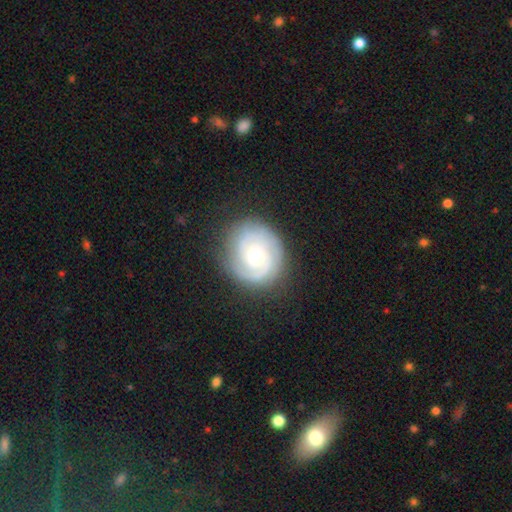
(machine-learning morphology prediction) Q: Smooth or featured?
A: featured or disk (82%); runner-up: smooth (12%)
Q: Edge-on disk?
A: no (98%); runner-up: yes (2%)
Q: Bar?
A: no (75%); runner-up: weak (21%)
Q: Spiral arms?
A: yes (95%); runner-up: no (5%)
Q: Spiral winding?
A: tight (70%); runner-up: medium (24%)
Q: Spiral arm count?
A: 2 (44%); runner-up: 3 (22%)
Q: Bulge size?
A: moderate (59%); runner-up: small (36%)
Q: Merging?
A: none (81%); runner-up: minor disturbance (13%)